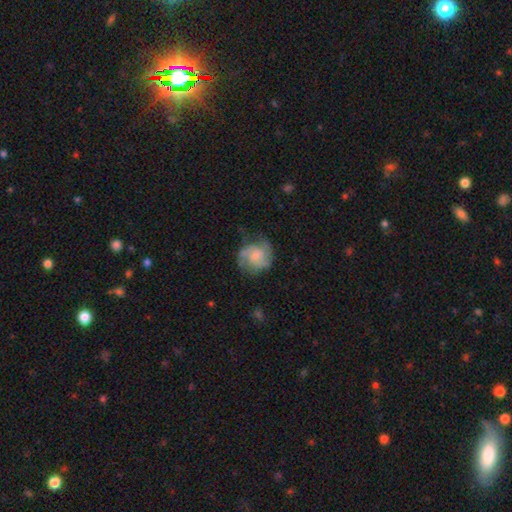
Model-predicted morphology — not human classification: Smooth or featured? Predicted: featured or disk (p=0.64). Edge-on disk? Predicted: no (p=0.98). Bar? Predicted: no (p=0.65). Spiral arms? Predicted: yes (p=0.89). Spiral winding? Predicted: medium (p=0.47). Spiral arm count? Predicted: 2 (p=0.46). Bulge size? Predicted: small (p=0.54). Merging? Predicted: none (p=0.61).